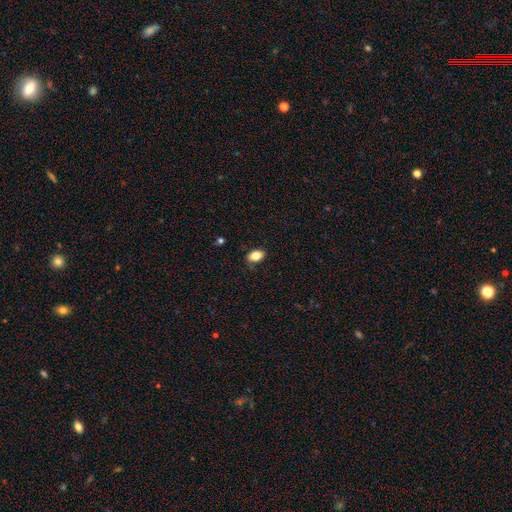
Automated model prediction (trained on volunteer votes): Smooth or featured?
  - smooth: 83% *
  - star or artifact: 8%
  - featured or disk: 8%
How rounded?
  - in between: 87% *
  - round: 11%
  - cigar-shaped: 2%
Merging?
  - none: 83% *
  - minor disturbance: 13%
  - major disturbance: 3%
  - merger: 1%